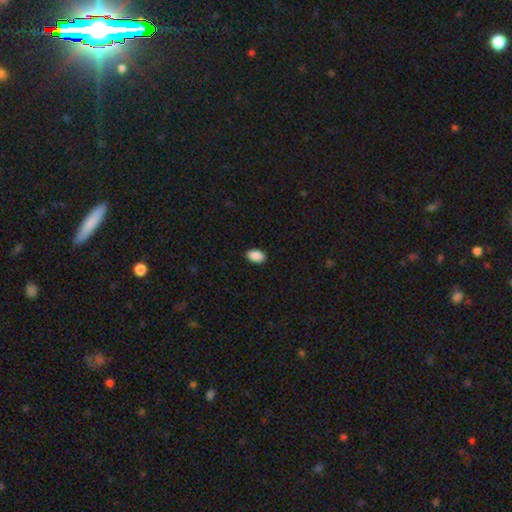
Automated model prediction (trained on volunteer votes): Morphology: type=smooth (91%); roundness=in between (91%); merging=none (90%).